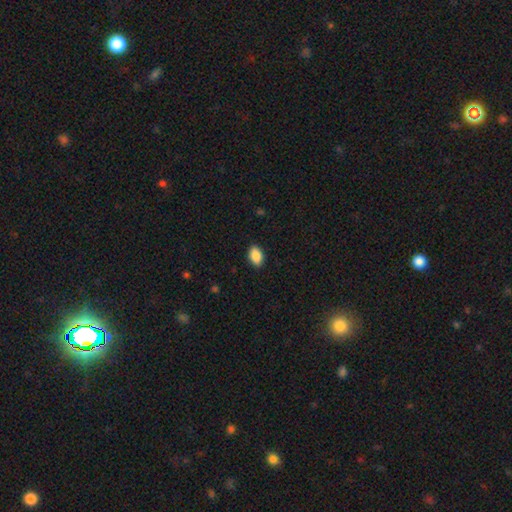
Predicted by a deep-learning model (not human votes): smooth_or_featured: smooth (p=0.89) [alt: star or artifact p=0.07]
how_rounded: in between (p=0.91) [alt: round p=0.08]
merging: none (p=0.89) [alt: minor disturbance p=0.08]